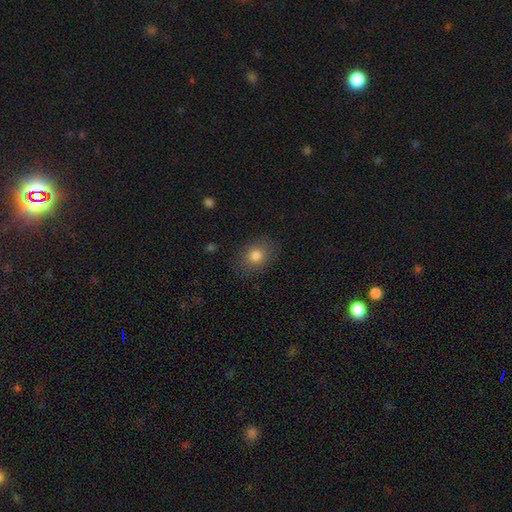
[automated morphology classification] Overall: smooth (81%). How rounded: in between (56%; round 43%). Merging: none (83%).